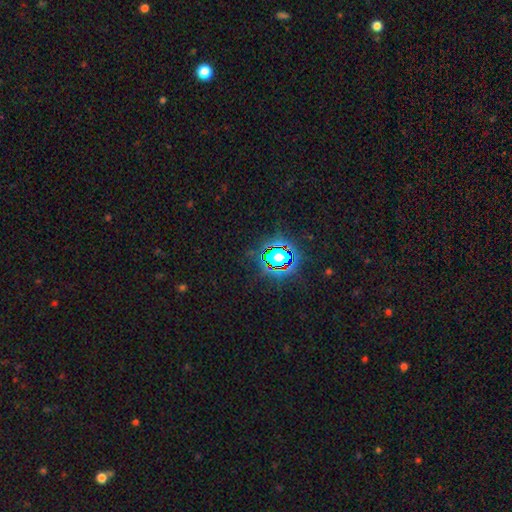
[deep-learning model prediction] A star or artifact, not a galaxy (81%).

Vote fractions:
- Smooth or featured? star or artifact: 81% / smooth: 12% / featured or disk: 7%